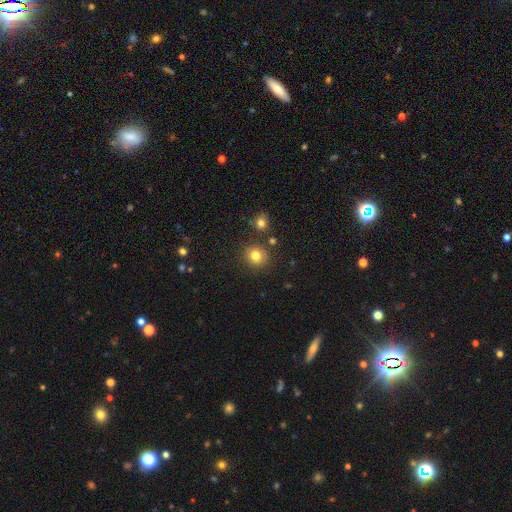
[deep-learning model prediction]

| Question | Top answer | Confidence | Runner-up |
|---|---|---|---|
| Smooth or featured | smooth | 80% | star or artifact (13%) |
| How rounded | round | 85% | in between (14%) |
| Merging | none | 84% | minor disturbance (8%) |